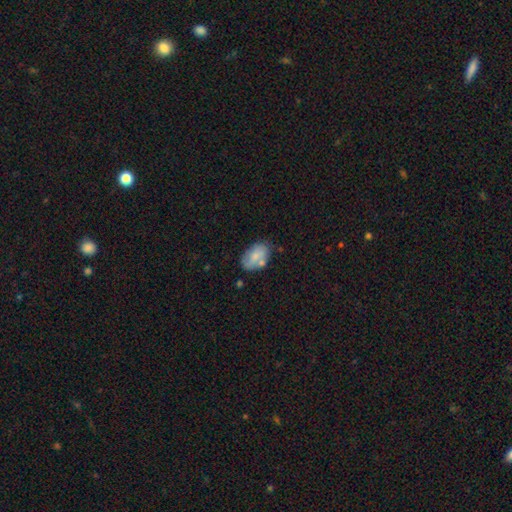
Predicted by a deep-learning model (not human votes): Smooth or featured?
  - smooth: 69% *
  - featured or disk: 24%
  - star or artifact: 7%
How rounded?
  - in between: 90% *
  - round: 9%
  - cigar-shaped: 1%
Merging?
  - none: 58% *
  - minor disturbance: 23%
  - merger: 12%
  - major disturbance: 6%